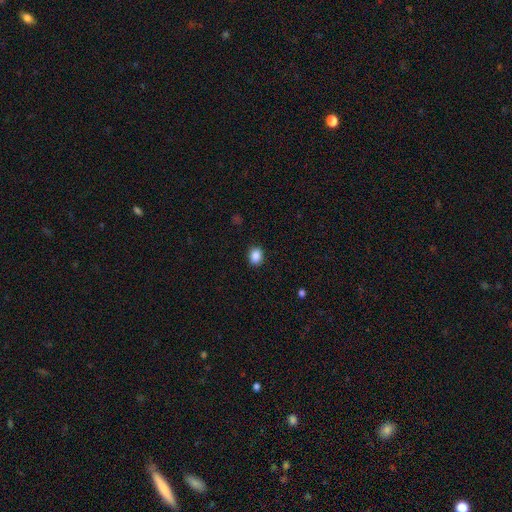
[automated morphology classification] smooth_or_featured: smooth (p=0.88) [alt: star or artifact p=0.09]
how_rounded: round (p=0.51) [alt: in between p=0.48]
merging: none (p=0.89) [alt: minor disturbance p=0.08]